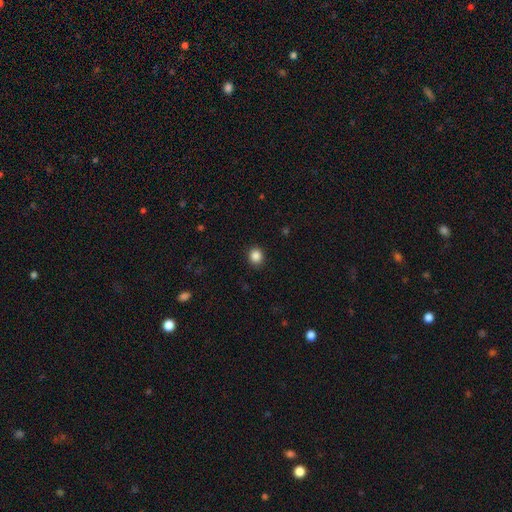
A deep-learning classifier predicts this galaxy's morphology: Smooth or featured?
  - smooth: 87% *
  - star or artifact: 10%
  - featured or disk: 3%
How rounded?
  - round: 79% *
  - in between: 21%
  - cigar-shaped: 1%
Merging?
  - none: 91% *
  - minor disturbance: 6%
  - major disturbance: 2%
  - merger: 1%